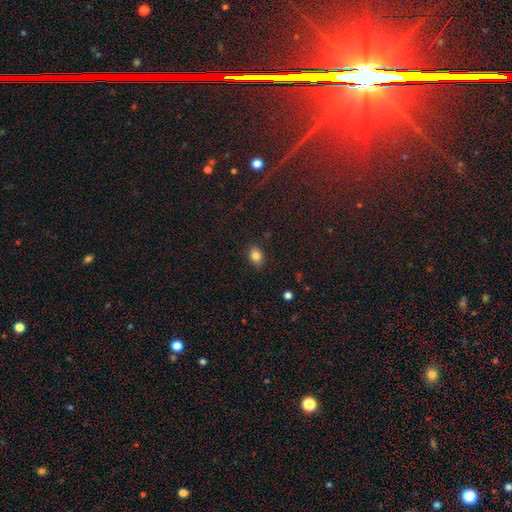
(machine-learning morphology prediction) A smooth galaxy with no disk features (82%) that is in between round and cigar-shaped (68%). Merging: none (80%).